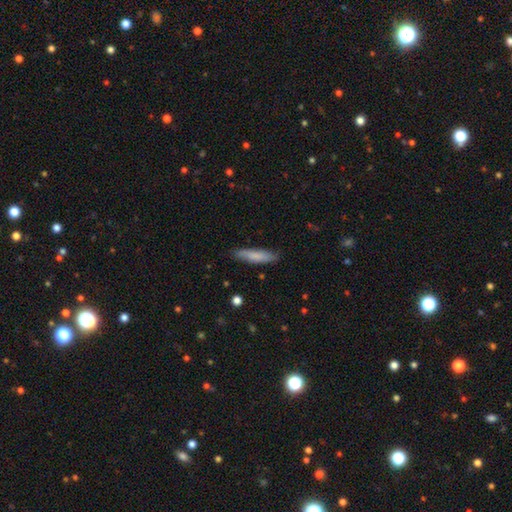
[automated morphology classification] Smooth or featured?
  - smooth: 78% *
  - featured or disk: 16%
  - star or artifact: 6%
How rounded?
  - cigar-shaped: 82% *
  - in between: 17%
  - round: 1%
Merging?
  - none: 84% *
  - minor disturbance: 12%
  - major disturbance: 2%
  - merger: 1%